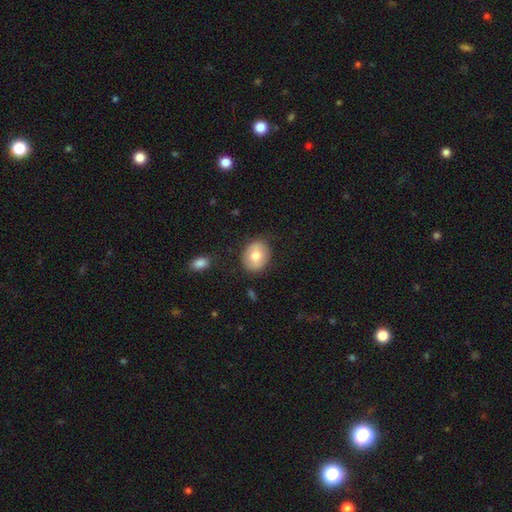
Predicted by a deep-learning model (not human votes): smooth-or-featured: smooth: 72% | featured or disk: 20% | star or artifact: 7%
  how-rounded: round: 51% | in between: 48% | cigar-shaped: 1%
  merging: none: 83% | minor disturbance: 12% | major disturbance: 3% | merger: 2%